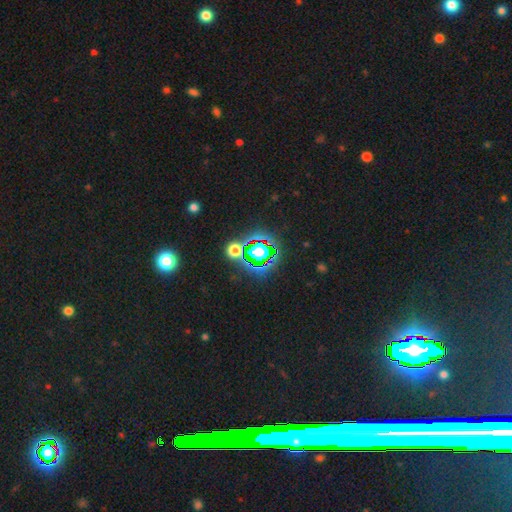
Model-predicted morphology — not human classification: Q: Smooth or featured?
A: star or artifact (79%); runner-up: smooth (13%)